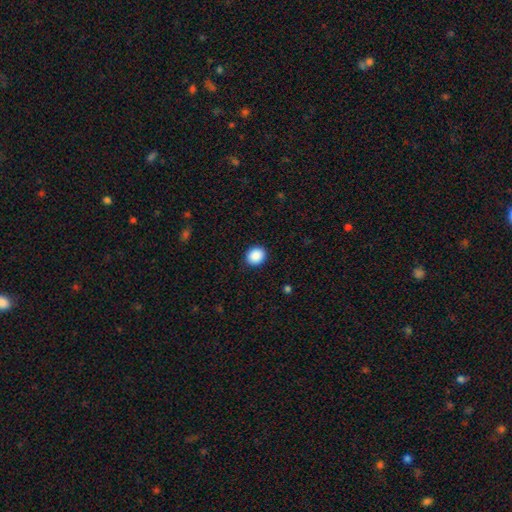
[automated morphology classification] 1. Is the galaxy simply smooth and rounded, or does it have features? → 90% smooth, 8% star or artifact, 2% featured or disk.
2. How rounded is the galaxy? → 72% round, 27% in between, 1% cigar-shaped.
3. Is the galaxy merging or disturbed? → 91% none, 6% minor disturbance, 2% major disturbance, 1% merger.